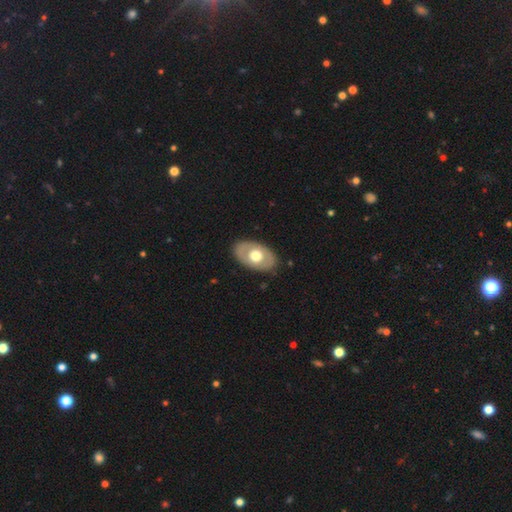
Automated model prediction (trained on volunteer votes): Smooth or featured? smooth (48%)
Merging? none (85%)